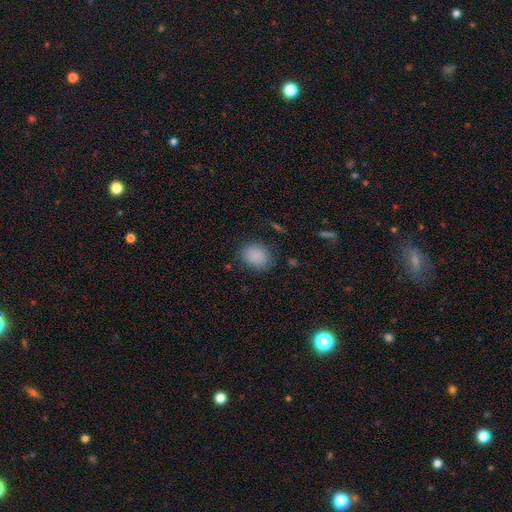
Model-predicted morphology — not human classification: Smooth or featured? Predicted: smooth (p=0.86). How rounded? Predicted: in between (p=0.50). Merging? Predicted: none (p=0.80).